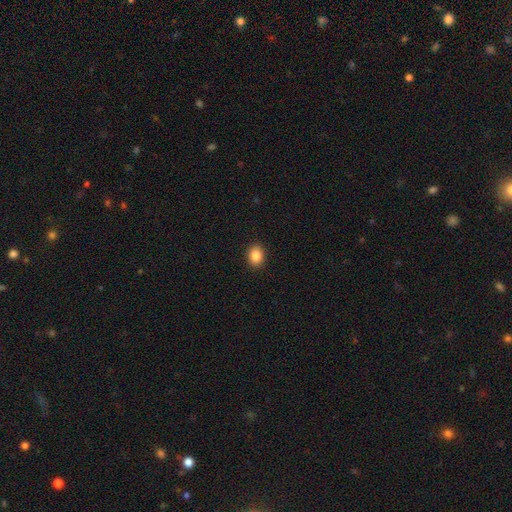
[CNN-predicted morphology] This appears to be a smooth galaxy with no disk features (87%) that is in between round and cigar-shaped (56%). Merging: none (91%).